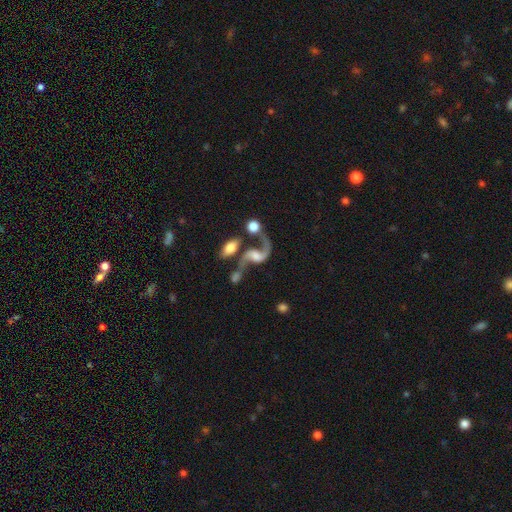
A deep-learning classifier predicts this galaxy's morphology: Smooth or featured? featured or disk (85%)
Edge-on disk? no (96%)
Bar? no (49%)
Spiral arms? yes (95%)
Spiral winding? loose (86%)
Spiral arm count? 2 (88%)
Bulge size? moderate (38%)
Merging? none (40%)